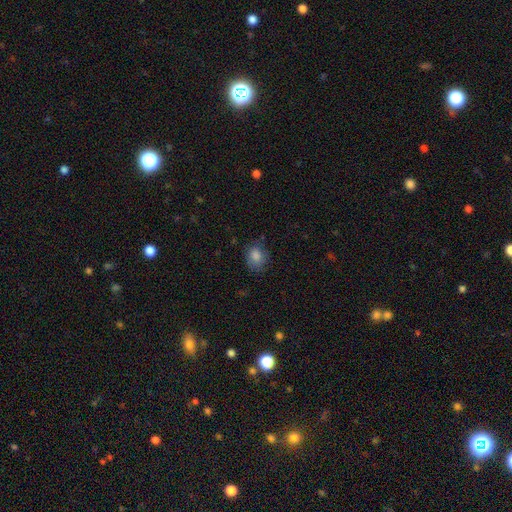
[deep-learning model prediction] Smooth or featured?
  - smooth: 82% *
  - star or artifact: 10%
  - featured or disk: 8%
How rounded?
  - round: 52% *
  - in between: 47%
  - cigar-shaped: 1%
Merging?
  - none: 73% *
  - minor disturbance: 20%
  - major disturbance: 5%
  - merger: 2%